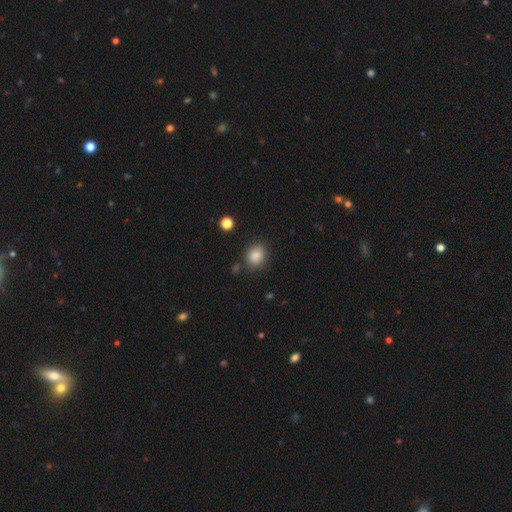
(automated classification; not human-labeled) smooth 85%, star or artifact 10%, featured or disk 5%. Down the decision tree: how rounded — round (64%); merging — none (81%).